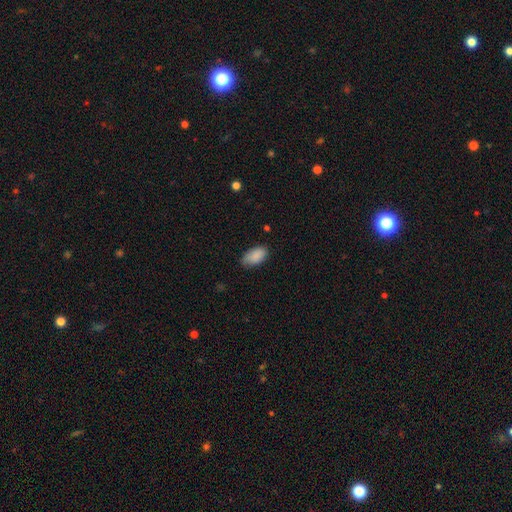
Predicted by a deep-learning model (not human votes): Smooth or featured? Predicted: smooth (p=0.89). How rounded? Predicted: in between (p=0.94). Merging? Predicted: none (p=0.76).